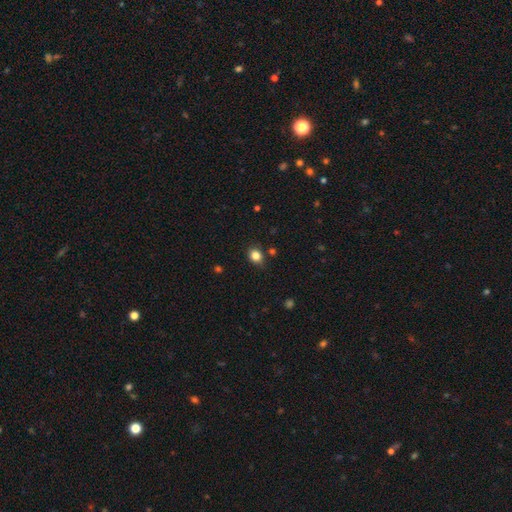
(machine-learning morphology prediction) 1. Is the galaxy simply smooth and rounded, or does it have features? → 83% smooth, 12% star or artifact, 5% featured or disk.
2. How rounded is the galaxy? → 63% round, 36% in between, 1% cigar-shaped.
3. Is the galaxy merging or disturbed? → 82% none, 12% minor disturbance, 3% merger, 3% major disturbance.